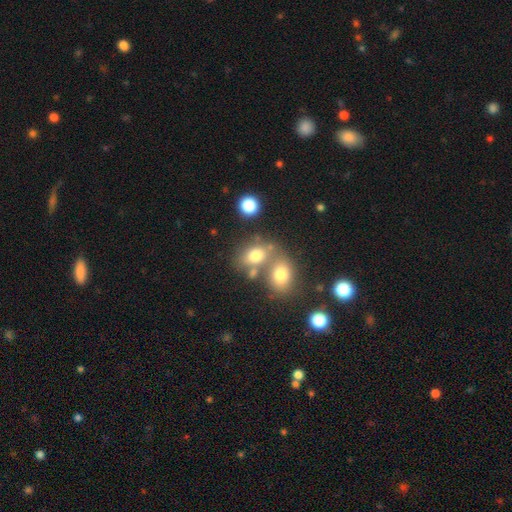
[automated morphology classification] Smooth or featured: smooth — 73% (featured or disk — 14%)
How rounded: in between — 65% (round — 33%)
Merging: merger — 42% (none — 40%)